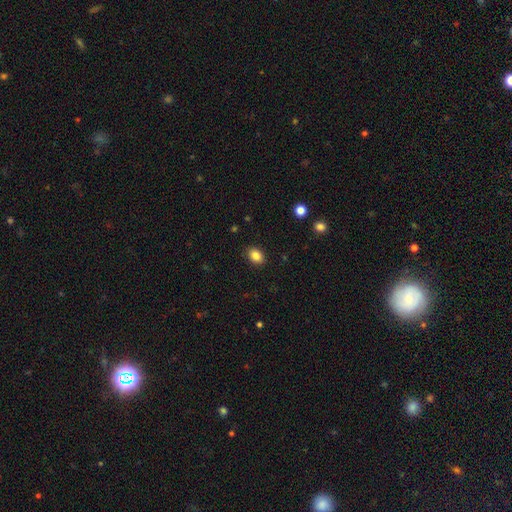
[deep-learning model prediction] smooth 86%, star or artifact 10%, featured or disk 4%. Down the decision tree: how rounded — in between (71%); merging — none (88%).